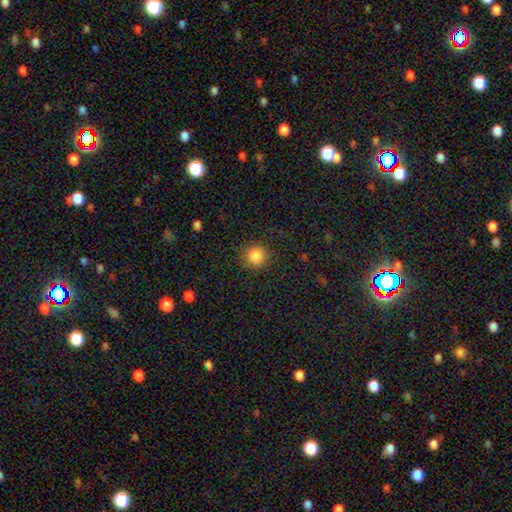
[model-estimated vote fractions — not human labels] Overall: smooth (86%). How rounded: round (93%). Merging: none (88%).